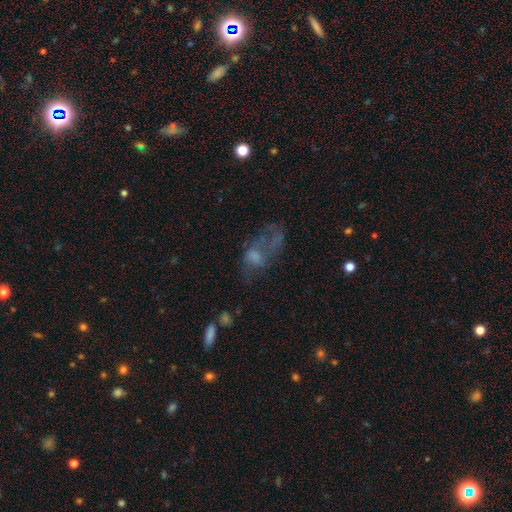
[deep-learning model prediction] Smooth or featured? Predicted: featured or disk (p=0.45). Merging? Predicted: major disturbance (p=0.42).